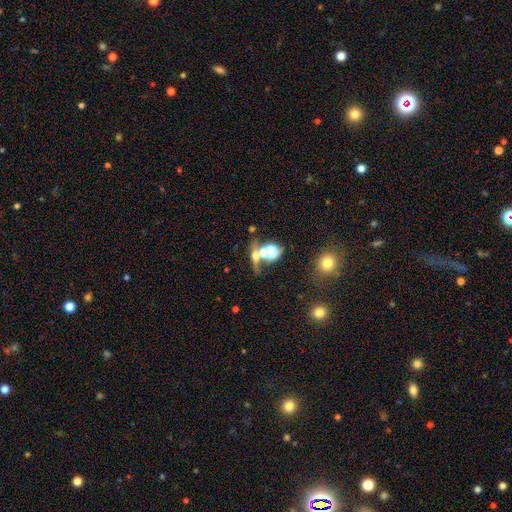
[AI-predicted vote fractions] This is marginally a smooth galaxy (39%). Merging: possibly none (46%).